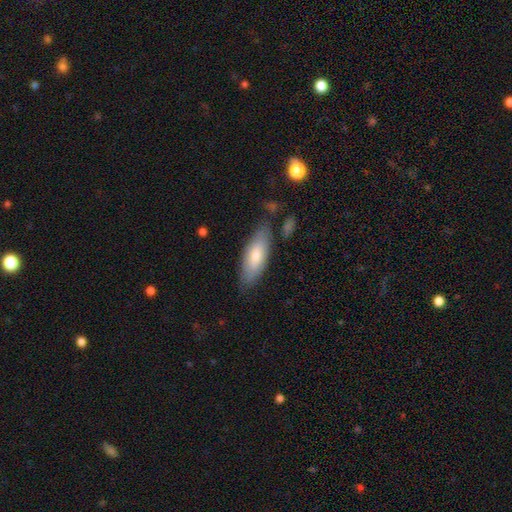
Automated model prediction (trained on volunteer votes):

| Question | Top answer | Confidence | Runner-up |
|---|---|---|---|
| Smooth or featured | smooth | 76% | featured or disk (19%) |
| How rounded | in between | 70% | cigar-shaped (28%) |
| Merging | none | 75% | minor disturbance (17%) |